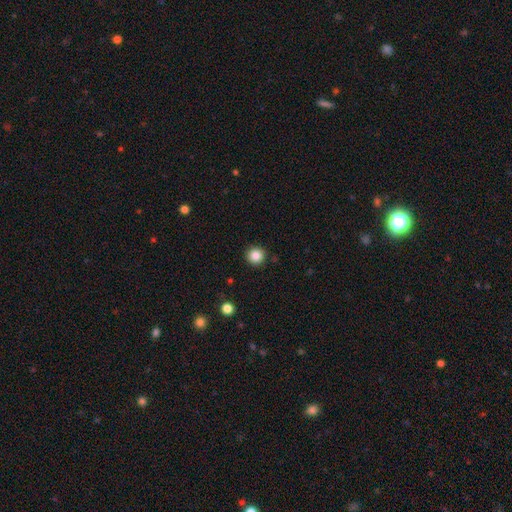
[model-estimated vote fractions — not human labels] This is clearly a smooth galaxy (85%). How rounded: clearly round (95%). Merging: clearly none (92%).